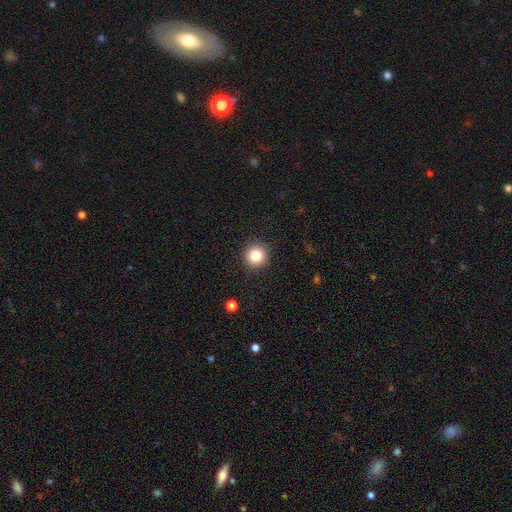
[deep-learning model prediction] Smooth or featured?
  - smooth: 84% *
  - star or artifact: 10%
  - featured or disk: 6%
How rounded?
  - round: 94% *
  - in between: 5%
  - cigar-shaped: 1%
Merging?
  - none: 91% *
  - minor disturbance: 6%
  - major disturbance: 2%
  - merger: 1%